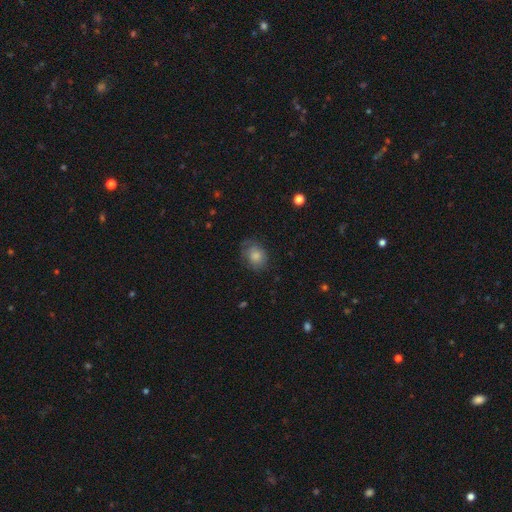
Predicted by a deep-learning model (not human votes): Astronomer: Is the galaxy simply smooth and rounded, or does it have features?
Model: smooth — 77%.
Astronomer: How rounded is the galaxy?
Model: in between — 57% (runner-up: round, 42%).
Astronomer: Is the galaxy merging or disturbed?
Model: none — 64%.